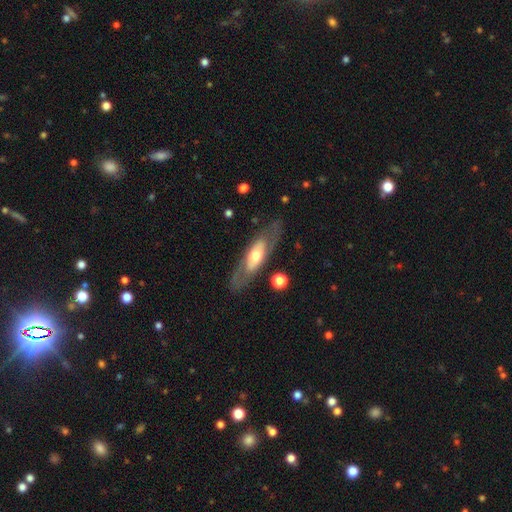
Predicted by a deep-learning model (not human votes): Q: Smooth or featured?
A: featured or disk (60%); runner-up: smooth (34%)
Q: Edge-on disk?
A: no (68%); runner-up: yes (32%)
Q: Merging?
A: none (77%); runner-up: minor disturbance (14%)